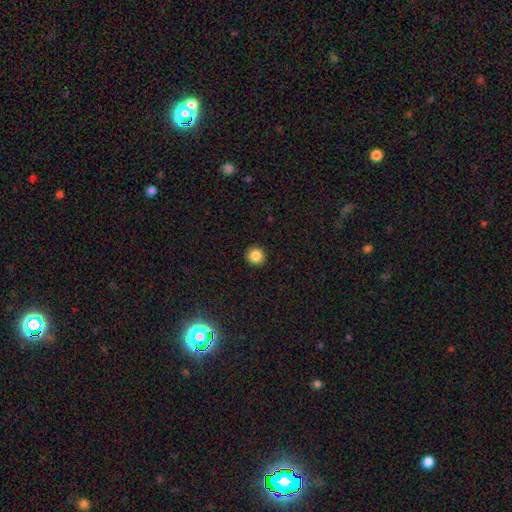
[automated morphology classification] Smooth or featured?
  - smooth: 84% *
  - star or artifact: 10%
  - featured or disk: 5%
How rounded?
  - round: 92% *
  - in between: 7%
  - cigar-shaped: 1%
Merging?
  - none: 93% *
  - minor disturbance: 5%
  - major disturbance: 2%
  - merger: 1%